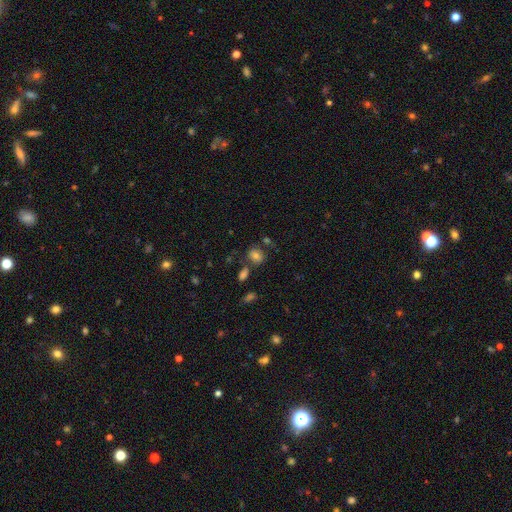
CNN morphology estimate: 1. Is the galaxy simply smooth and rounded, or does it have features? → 73% smooth, 14% featured or disk, 13% star or artifact.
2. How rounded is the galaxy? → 55% round, 44% in between, 1% cigar-shaped.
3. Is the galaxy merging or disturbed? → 66% none, 15% minor disturbance, 13% merger, 6% major disturbance.